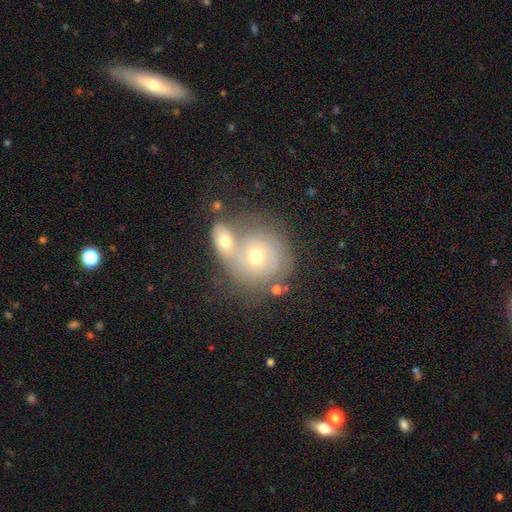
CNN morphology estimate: This appears to be a featured or disk galaxy (49%). Merging: merger (53%).